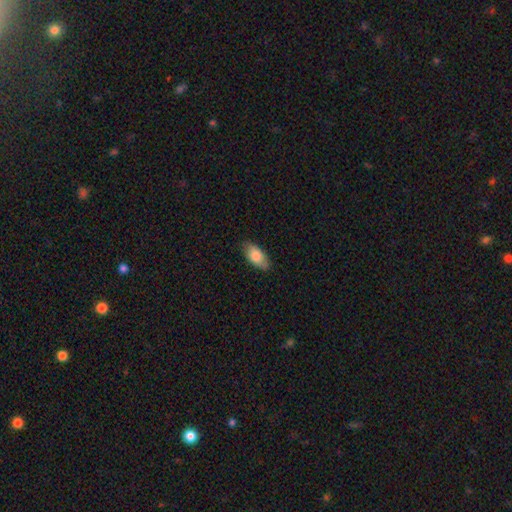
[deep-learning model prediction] Smooth or featured: smooth — 82% (featured or disk — 12%)
How rounded: in between — 90% (cigar-shaped — 7%)
Merging: none — 83% (minor disturbance — 13%)